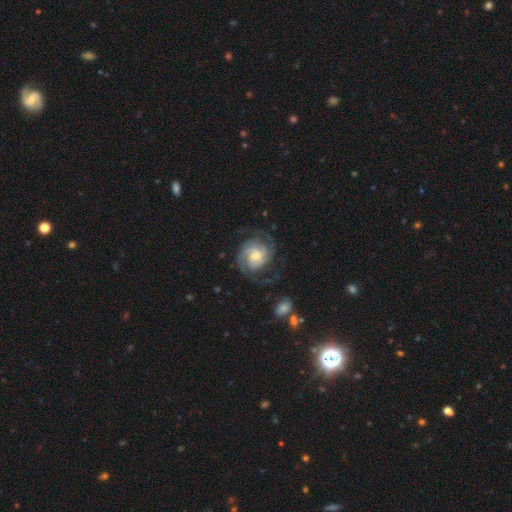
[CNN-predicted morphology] A featured or disk galaxy (83%) with no bar (55%), 2 (38%) tight (56%) spiral arms (96%) and a moderate central bulge (45%). Merging: none (66%).